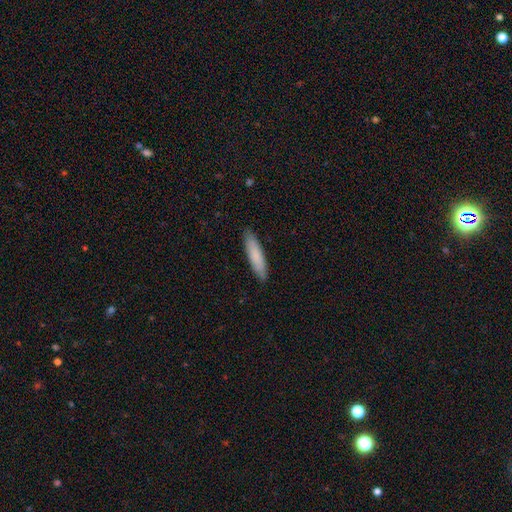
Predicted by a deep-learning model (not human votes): A smooth galaxy with no disk features (82%) that is cigar-shaped (82%). Merging: none (88%).